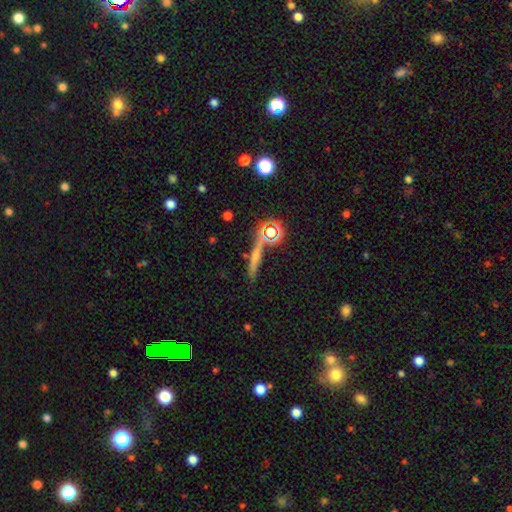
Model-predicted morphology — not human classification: Smooth or featured? Predicted: featured or disk (p=0.39). Merging? Predicted: none (p=0.75).